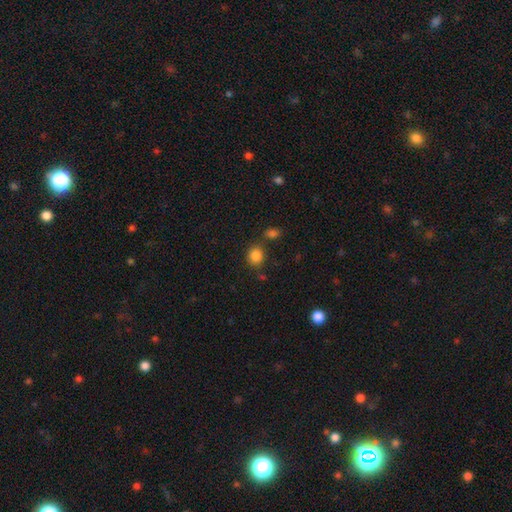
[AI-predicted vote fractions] Morphology: type=smooth (85%); roundness=round (75%); merging=none (70%).